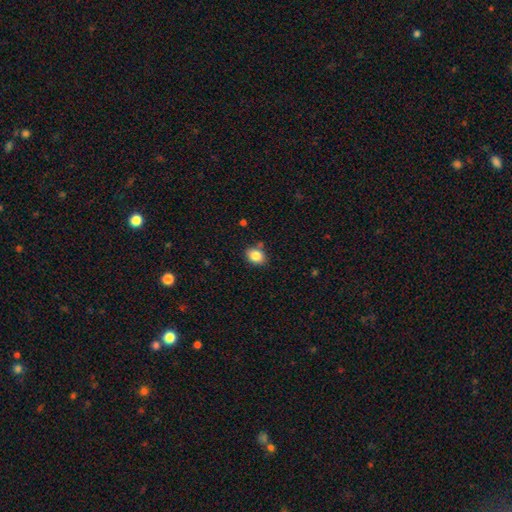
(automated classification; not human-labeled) Overall: smooth (85%). How rounded: in between (54%; round 45%). Merging: none (78%).